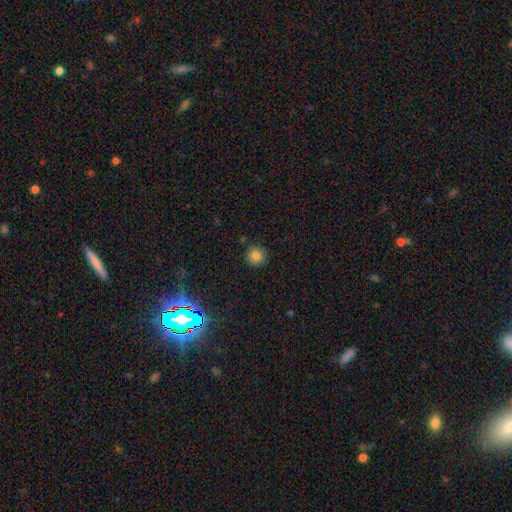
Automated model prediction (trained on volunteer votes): This appears to be a smooth galaxy with no disk features (82%) that is round (94%). Merging: none (89%).